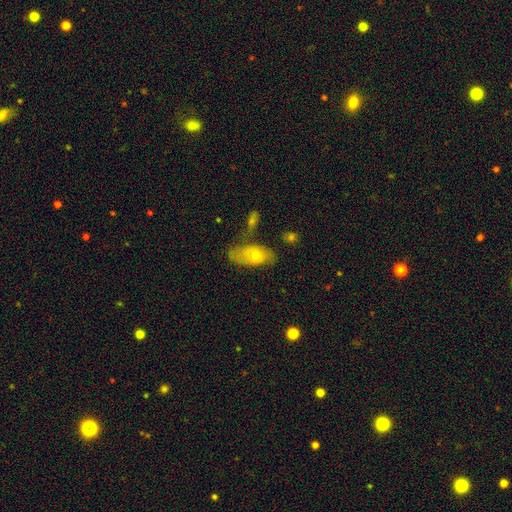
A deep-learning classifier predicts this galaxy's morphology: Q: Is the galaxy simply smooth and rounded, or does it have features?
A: smooth — 63%.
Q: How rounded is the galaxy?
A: in between — 90%.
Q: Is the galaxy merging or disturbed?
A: none — 50%.